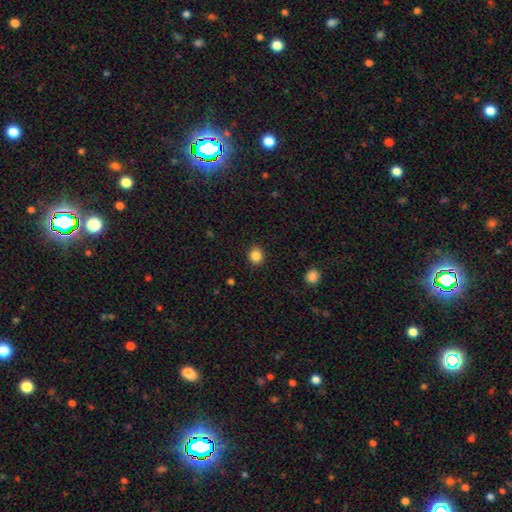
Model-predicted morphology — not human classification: Smooth or featured: smooth — 86% (star or artifact — 10%)
How rounded: round — 71% (in between — 28%)
Merging: none — 90% (minor disturbance — 7%)